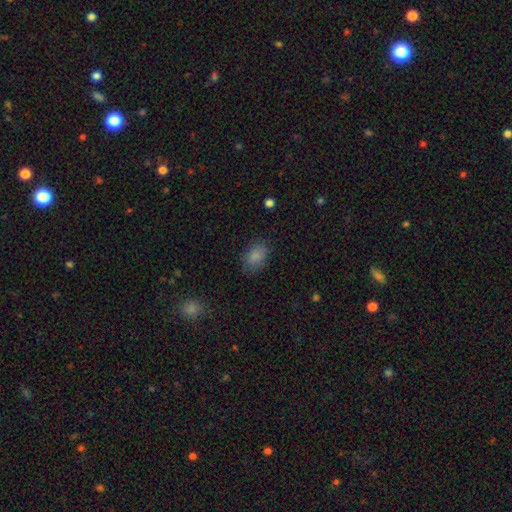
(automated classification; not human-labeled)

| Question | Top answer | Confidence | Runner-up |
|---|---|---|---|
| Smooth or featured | smooth | 84% | star or artifact (10%) |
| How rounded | in between | 82% | round (17%) |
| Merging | none | 77% | minor disturbance (17%) |